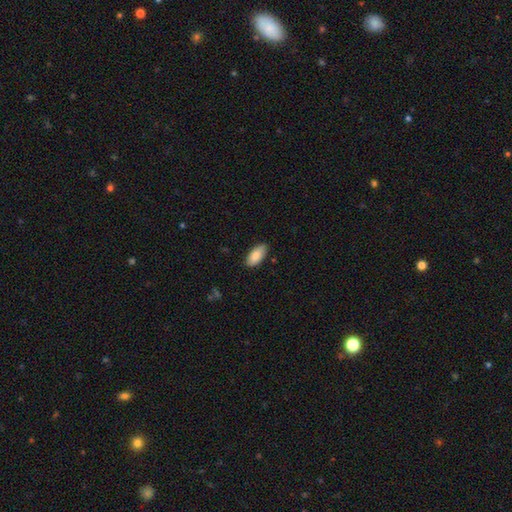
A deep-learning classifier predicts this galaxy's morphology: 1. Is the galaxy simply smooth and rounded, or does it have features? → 87% smooth, 7% featured or disk, 6% star or artifact.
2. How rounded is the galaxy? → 92% in between, 6% cigar-shaped, 2% round.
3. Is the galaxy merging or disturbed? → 85% none, 12% minor disturbance, 2% major disturbance, 1% merger.